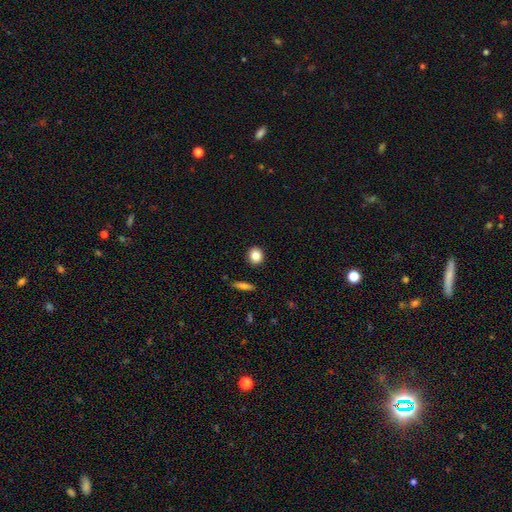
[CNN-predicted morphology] A smooth galaxy with no disk features (84%) that is round (80%).

Vote fractions:
- Smooth or featured? smooth: 84% / star or artifact: 9% / featured or disk: 6%
- How rounded? round: 80% / in between: 18% / cigar-shaped: 2%
- Merging? none: 91% / minor disturbance: 6% / major disturbance: 2% / merger: 2%